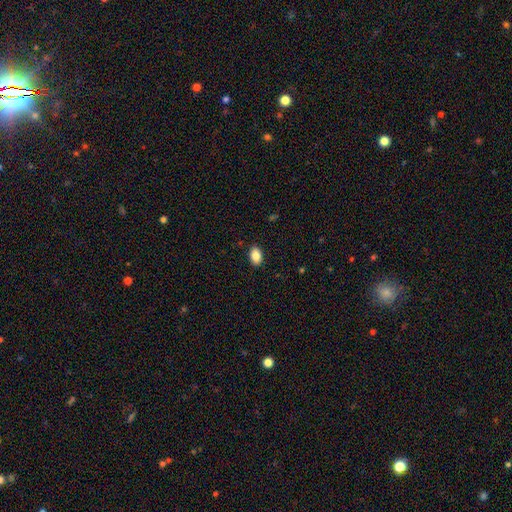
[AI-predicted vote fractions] Overall: smooth (86%). How rounded: in between (88%). Merging: none (89%).